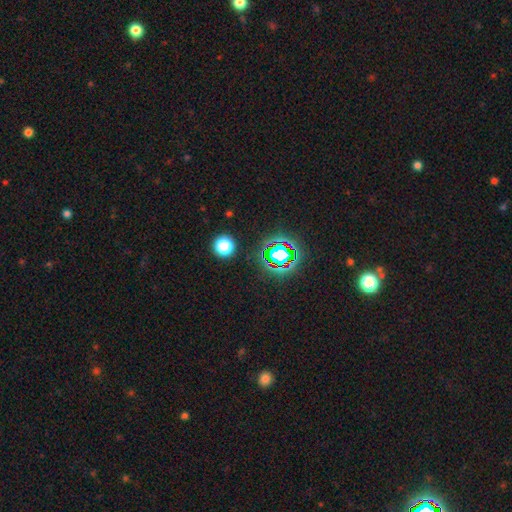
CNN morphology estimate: This appears to be a star or artifact, not a galaxy (78%).